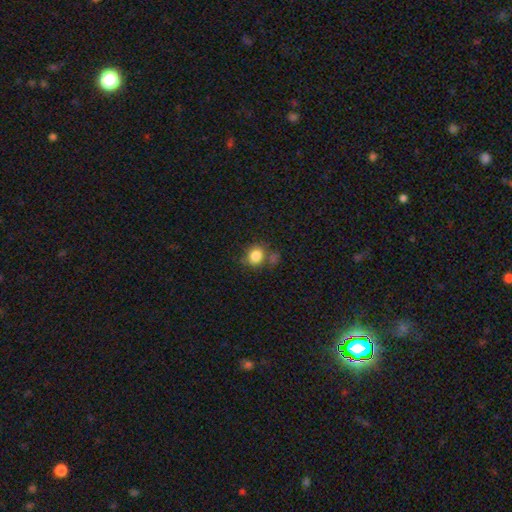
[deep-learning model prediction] The model was most divided on "merging": none: 64%, minor disturbance: 17%, merger: 13%, major disturbance: 6%. More confident: smooth or featured — smooth (84%); how rounded — round (75%).